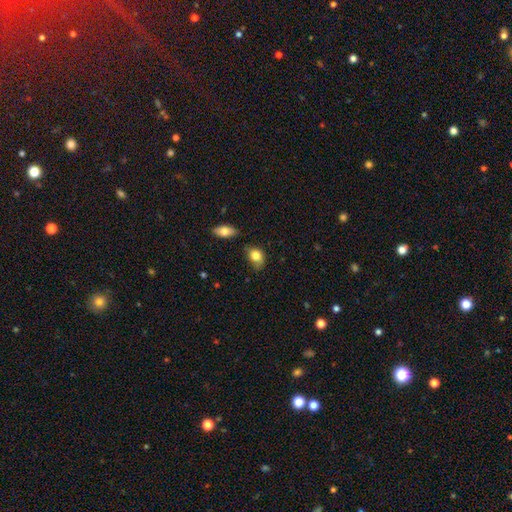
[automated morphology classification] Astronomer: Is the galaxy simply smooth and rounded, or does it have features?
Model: smooth — 82%.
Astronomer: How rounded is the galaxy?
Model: in between — 71%.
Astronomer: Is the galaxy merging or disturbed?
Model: none — 48% (runner-up: minor disturbance, 37%).